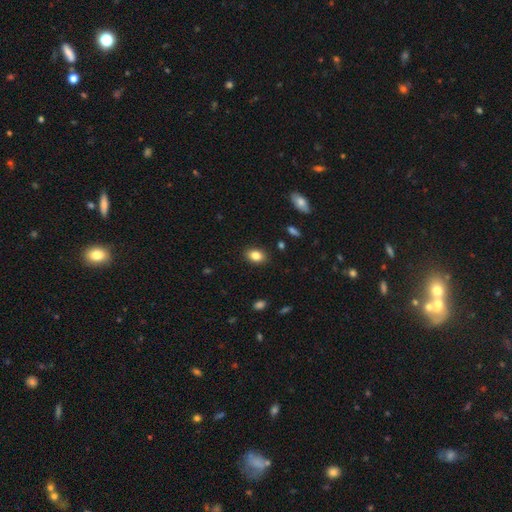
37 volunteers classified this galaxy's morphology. Smooth or featured: smooth — 95% (star or artifact — 5%)
How rounded: in between — 77% (round — 17%)
Merging: none — 74% (minor disturbance — 17%)